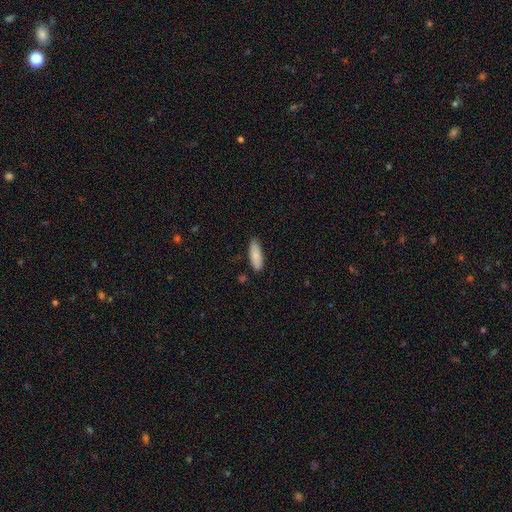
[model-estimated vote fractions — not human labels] Smooth or featured: smooth — 87% (featured or disk — 7%)
How rounded: in between — 65% (cigar-shaped — 34%)
Merging: none — 83% (minor disturbance — 13%)